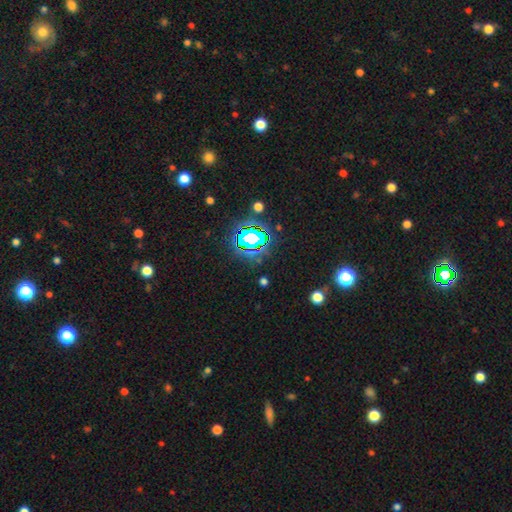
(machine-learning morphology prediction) This appears to be a star or artifact, not a galaxy (80%).